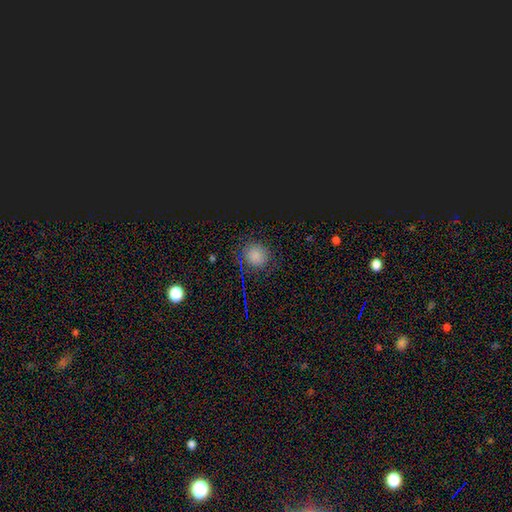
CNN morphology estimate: Overall: smooth (73%). How rounded: round (86%). Merging: none (85%).